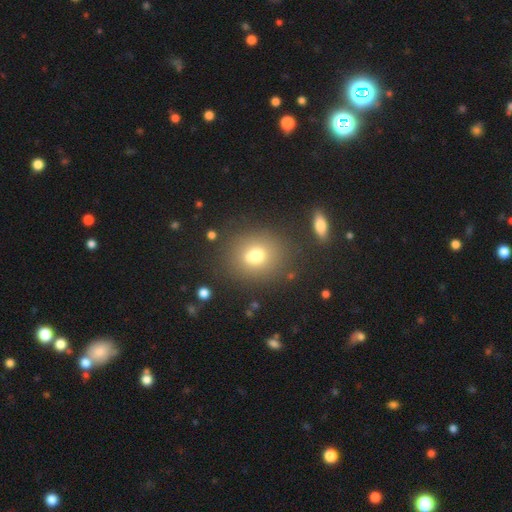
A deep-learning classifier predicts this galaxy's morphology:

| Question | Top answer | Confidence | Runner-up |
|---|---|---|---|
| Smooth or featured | smooth | 69% | featured or disk (15%) |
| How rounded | round | 65% | in between (34%) |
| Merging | none | 70% | merger (12%) |